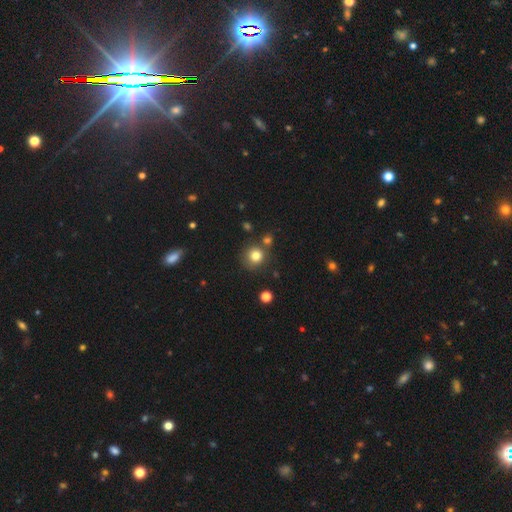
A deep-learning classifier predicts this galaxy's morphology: Smooth or featured? Predicted: smooth (p=0.80). How rounded? Predicted: round (p=0.91). Merging? Predicted: none (p=0.76).